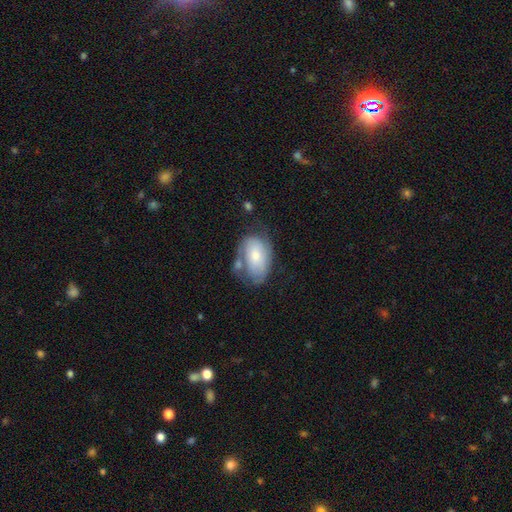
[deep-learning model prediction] Smooth or featured? smooth (55%)
How rounded? in between (88%)
Merging? none (38%)